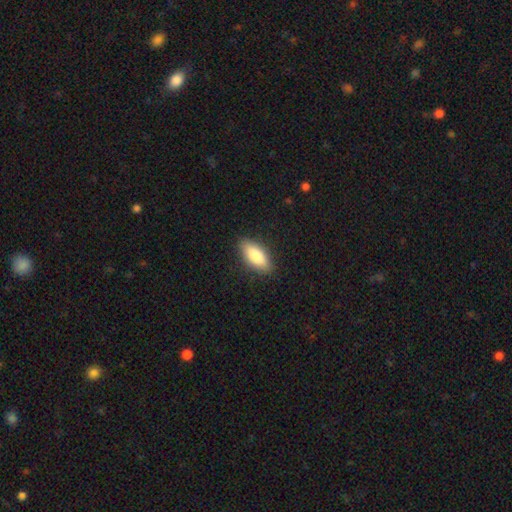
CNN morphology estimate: Smooth or featured: smooth — 85% (featured or disk — 10%)
How rounded: in between — 83% (cigar-shaped — 15%)
Merging: none — 87% (minor disturbance — 10%)